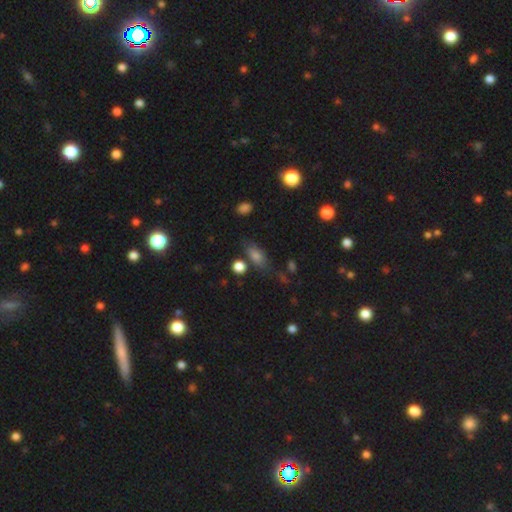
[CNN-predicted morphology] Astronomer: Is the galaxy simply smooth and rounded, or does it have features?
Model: smooth — 76%.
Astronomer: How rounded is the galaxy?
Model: in between — 80%.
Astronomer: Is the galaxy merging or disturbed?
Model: none — 69%.